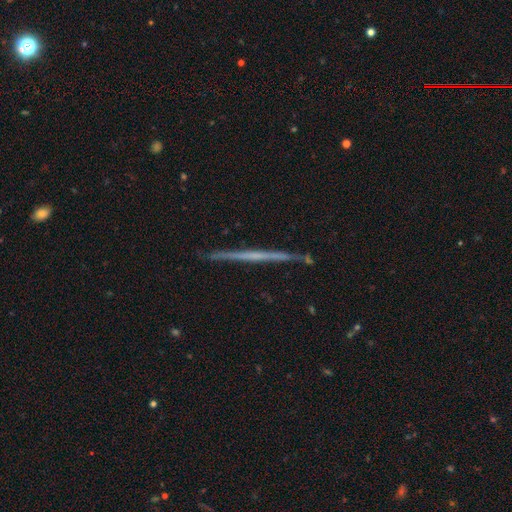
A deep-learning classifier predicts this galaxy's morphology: Smooth or featured? featured or disk (71%)
Edge-on disk? yes (98%)
Edge-on bulge? none (82%)
Merging? none (92%)